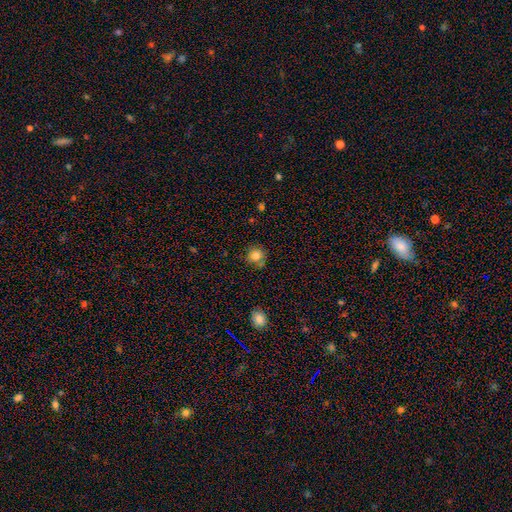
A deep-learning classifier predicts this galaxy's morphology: smooth_or_featured: smooth (p=0.81) [alt: star or artifact p=0.11]
how_rounded: round (p=0.86) [alt: in between p=0.13]
merging: none (p=0.71) [alt: minor disturbance p=0.16]